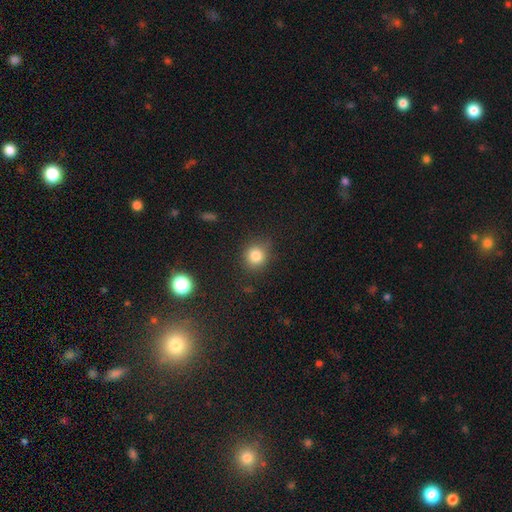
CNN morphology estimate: smooth-or-featured: smooth: 82% | star or artifact: 12% | featured or disk: 6%
  how-rounded: round: 85% | in between: 14% | cigar-shaped: 1%
  merging: none: 83% | minor disturbance: 12% | major disturbance: 3% | merger: 2%